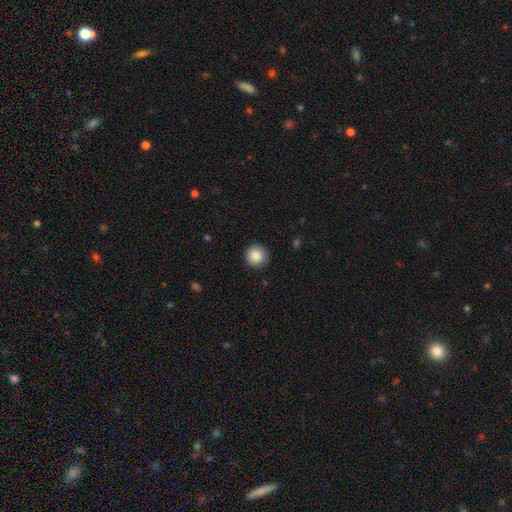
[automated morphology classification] smooth 87%, star or artifact 8%, featured or disk 5%. Down the decision tree: how rounded — round (95%); merging — none (90%).